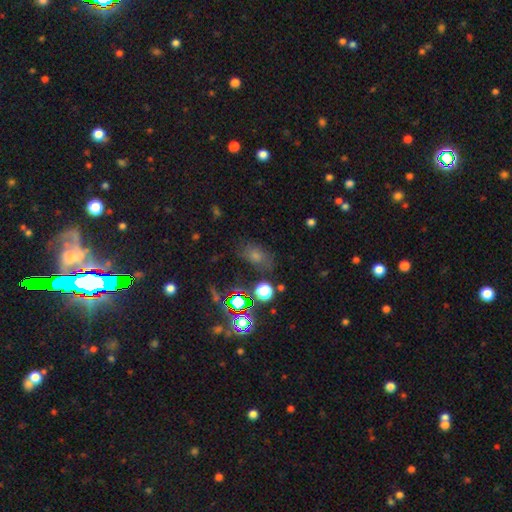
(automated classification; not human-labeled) Overall: smooth (45%; star or artifact 41%). Merging: none (71%).